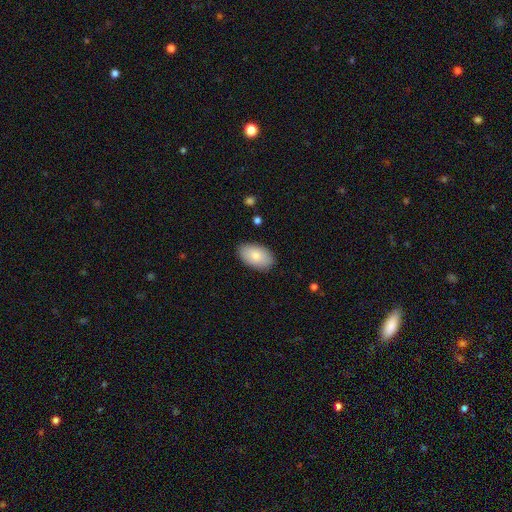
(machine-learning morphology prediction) Smooth or featured: smooth — 81% (featured or disk — 13%)
How rounded: in between — 94% (round — 5%)
Merging: none — 87% (minor disturbance — 10%)